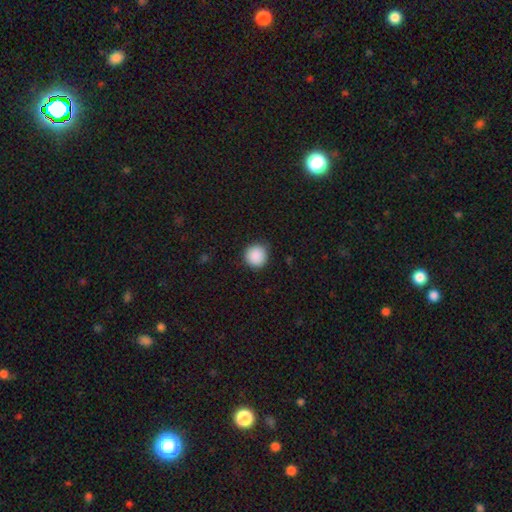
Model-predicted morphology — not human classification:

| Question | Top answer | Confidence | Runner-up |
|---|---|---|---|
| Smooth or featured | smooth | 89% | star or artifact (8%) |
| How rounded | round | 94% | in between (5%) |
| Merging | none | 89% | minor disturbance (8%) |